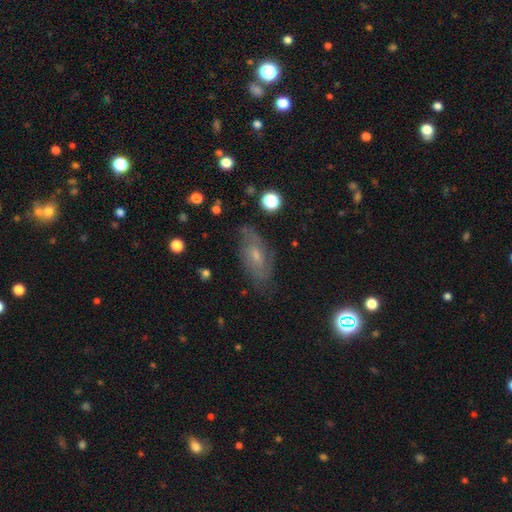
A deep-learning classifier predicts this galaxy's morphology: Smooth or featured? Predicted: featured or disk (p=0.62). Edge-on disk? Predicted: no (p=0.90). Bar? Predicted: no (p=0.57). Spiral arms? Predicted: yes (p=0.84). Bulge size? Predicted: small (p=0.55). Merging? Predicted: none (p=0.75).